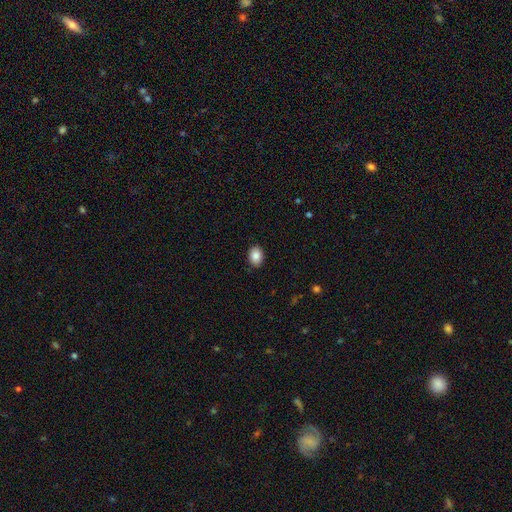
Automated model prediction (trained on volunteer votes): Smooth or featured? Predicted: smooth (p=0.87). How rounded? Predicted: in between (p=0.74). Merging? Predicted: none (p=0.90).